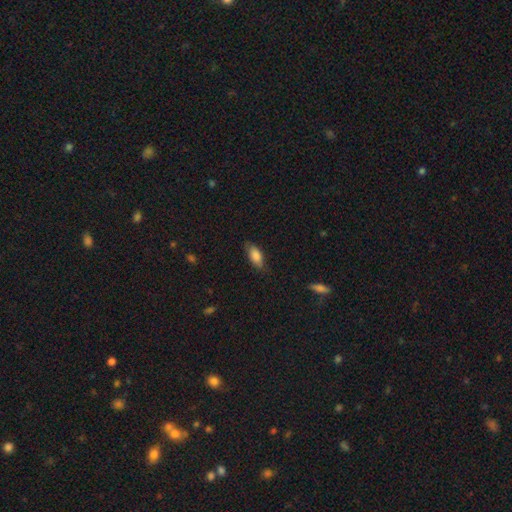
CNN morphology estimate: Smooth or featured? smooth (84%)
How rounded? in between (85%)
Merging? none (75%)